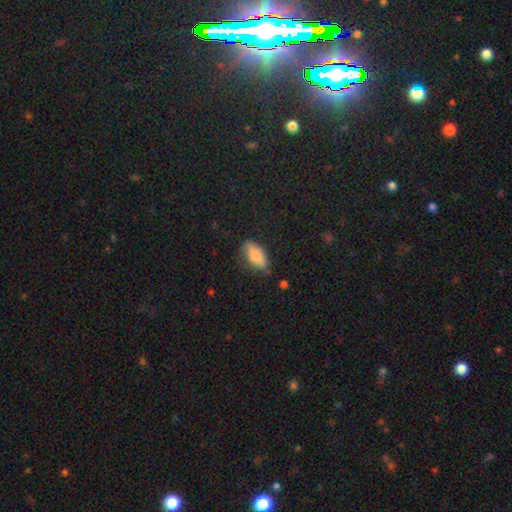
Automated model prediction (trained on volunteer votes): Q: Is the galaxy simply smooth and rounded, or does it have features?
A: smooth — 82%.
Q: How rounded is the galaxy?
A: in between — 90%.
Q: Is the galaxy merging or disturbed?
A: none — 54%.